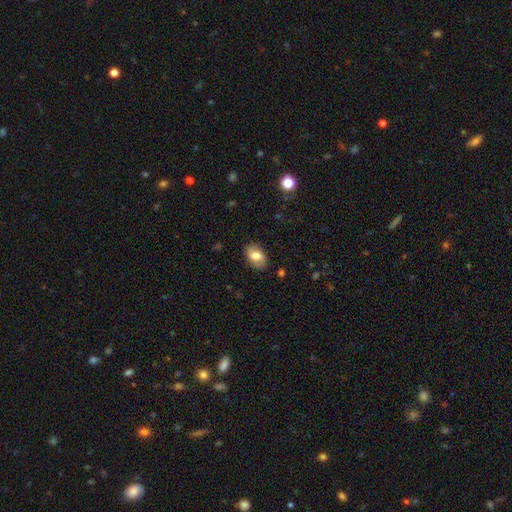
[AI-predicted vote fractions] A smooth galaxy with no disk features (70%) that is in between round and cigar-shaped (86%).

Vote fractions:
- Smooth or featured? smooth: 70% / featured or disk: 22% / star or artifact: 8%
- How rounded? in between: 86% / round: 12% / cigar-shaped: 1%
- Merging? none: 82% / minor disturbance: 13% / major disturbance: 4% / merger: 1%